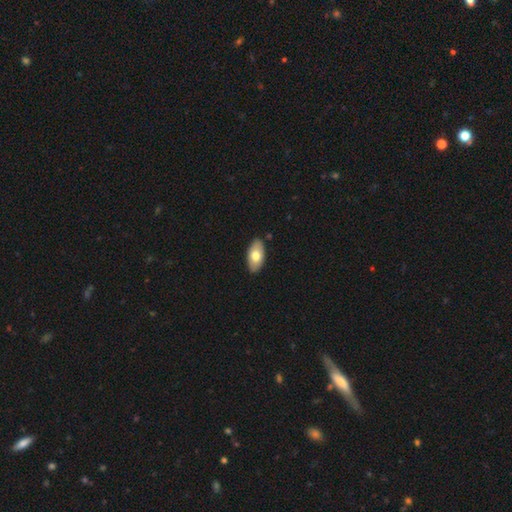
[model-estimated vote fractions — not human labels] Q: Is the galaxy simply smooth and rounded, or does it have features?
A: smooth — 71%.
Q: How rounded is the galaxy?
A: in between — 94%.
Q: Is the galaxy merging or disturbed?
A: none — 87%.